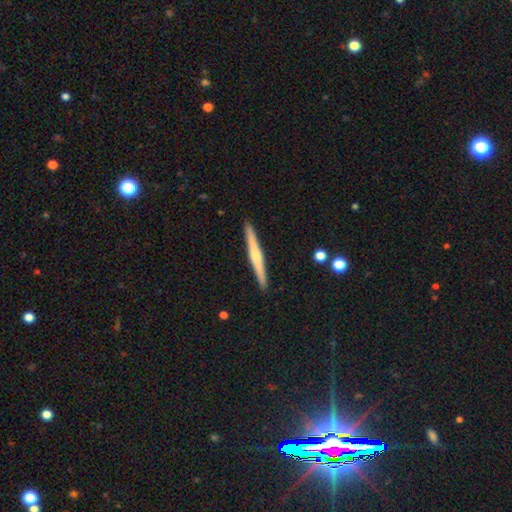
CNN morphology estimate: The model was most divided on "smooth or featured": featured or disk: 58%, smooth: 37%, star or artifact: 5%. More confident: edge-on disk — yes (98%); merging — none (92%); edge-on bulge — rounded (59%).